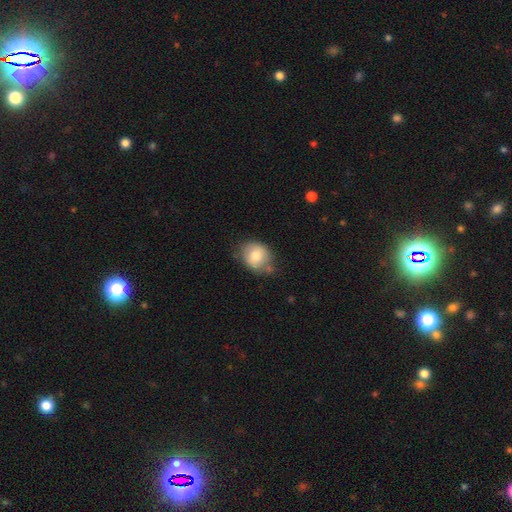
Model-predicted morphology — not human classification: The model was most divided on "how rounded": round: 59%, in between: 40%, cigar-shaped: 1%. More confident: smooth or featured — smooth (75%); merging — none (62%).